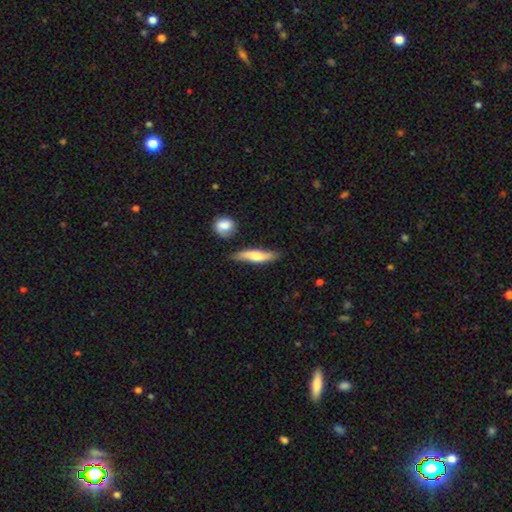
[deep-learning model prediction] Q: Smooth or featured?
A: smooth (60%); runner-up: featured or disk (34%)
Q: How rounded?
A: cigar-shaped (74%); runner-up: in between (23%)
Q: Merging?
A: none (73%); runner-up: minor disturbance (18%)